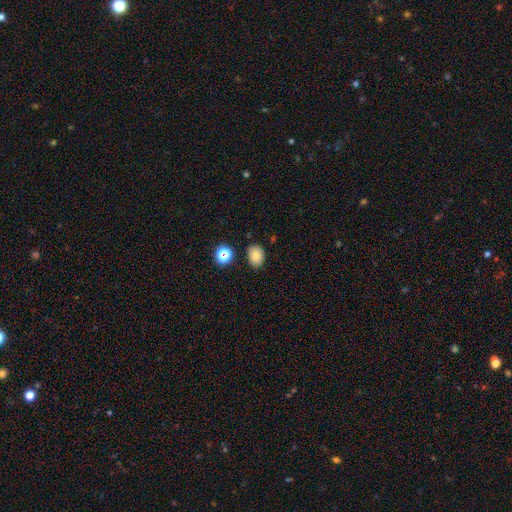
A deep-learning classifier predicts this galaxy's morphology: Smooth or featured: smooth — 79% (star or artifact — 13%)
How rounded: in between — 66% (round — 33%)
Merging: none — 82% (minor disturbance — 12%)